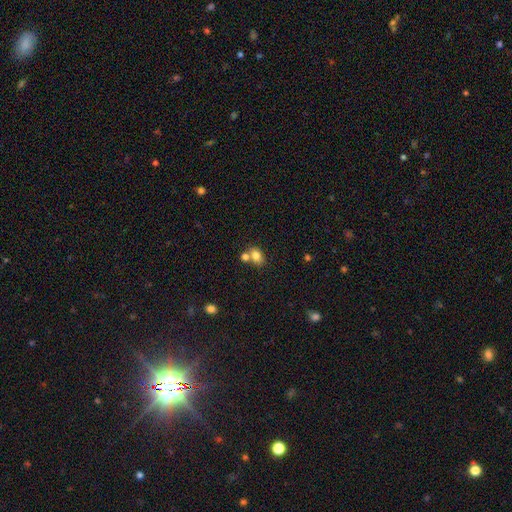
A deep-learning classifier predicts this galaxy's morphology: A smooth galaxy with no disk features (79%) that is in between round and cigar-shaped (69%).

Vote fractions:
- Smooth or featured? smooth: 79% / featured or disk: 11% / star or artifact: 10%
- How rounded? in between: 69% / round: 30% / cigar-shaped: 1%
- Merging? none: 47% / merger: 39% / minor disturbance: 11% / major disturbance: 4%